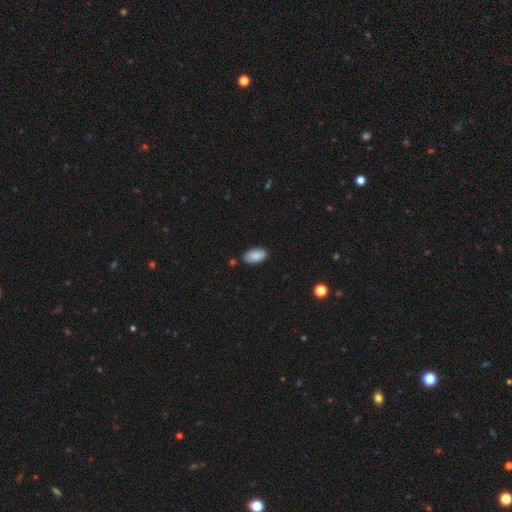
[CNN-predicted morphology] The model was most divided on "merging": none: 85%, minor disturbance: 11%, merger: 2%, major disturbance: 2%. More confident: how rounded — in between (95%); smooth or featured — smooth (86%).